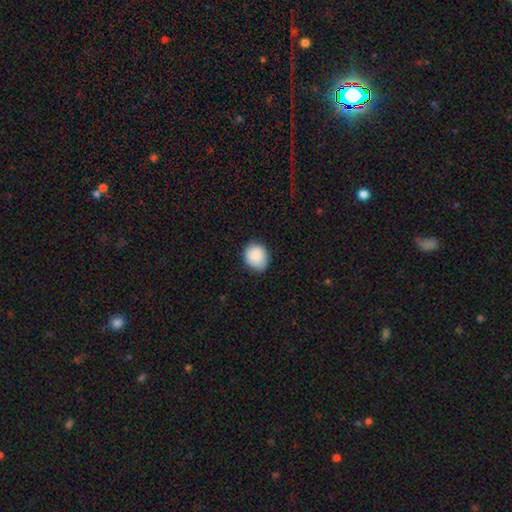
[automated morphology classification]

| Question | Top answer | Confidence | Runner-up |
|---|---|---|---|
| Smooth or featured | smooth | 89% | star or artifact (7%) |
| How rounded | round | 72% | in between (27%) |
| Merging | none | 80% | minor disturbance (17%) |